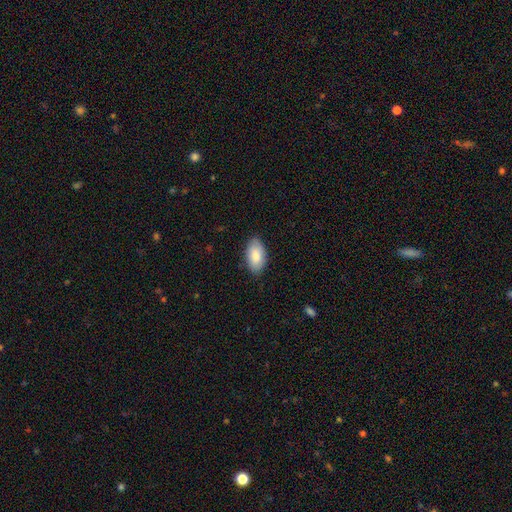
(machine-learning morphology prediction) Smooth or featured?
  - smooth: 85% *
  - featured or disk: 10%
  - star or artifact: 6%
How rounded?
  - in between: 95% *
  - round: 3%
  - cigar-shaped: 2%
Merging?
  - none: 84% *
  - minor disturbance: 13%
  - major disturbance: 2%
  - merger: 1%